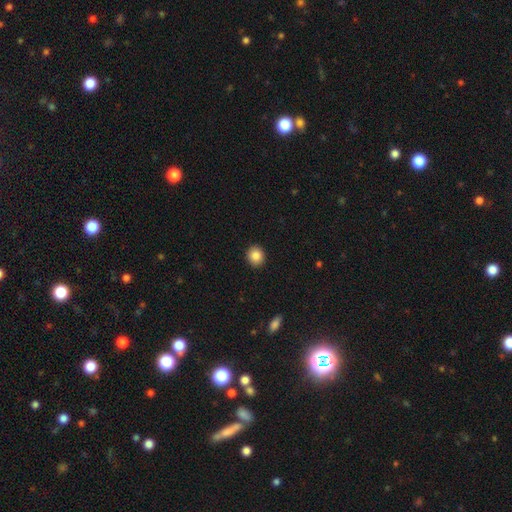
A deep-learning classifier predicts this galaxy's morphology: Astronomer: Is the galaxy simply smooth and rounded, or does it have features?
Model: smooth — 86%.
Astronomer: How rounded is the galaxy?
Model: round — 83%.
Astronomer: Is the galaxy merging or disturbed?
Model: none — 92%.